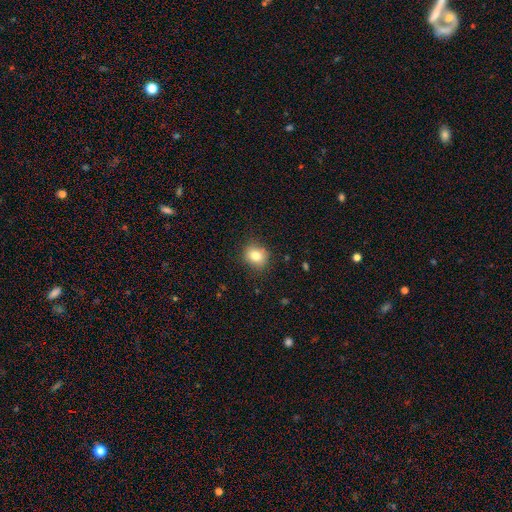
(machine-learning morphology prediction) This appears to be a smooth galaxy with no disk features (81%) that is round (70%). Merging: none (84%).